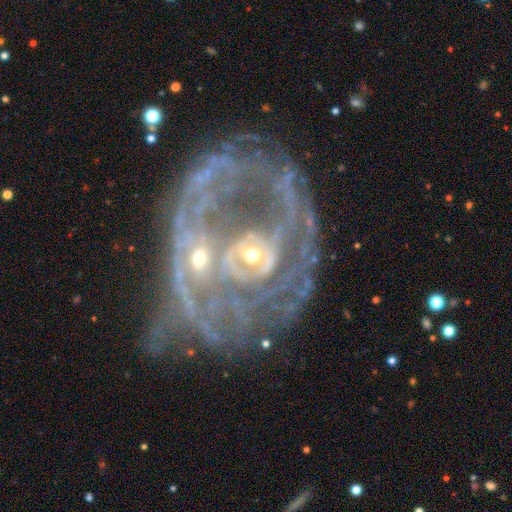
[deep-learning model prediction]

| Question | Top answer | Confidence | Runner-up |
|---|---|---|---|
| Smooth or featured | featured or disk | 83% | star or artifact (9%) |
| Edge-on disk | no | 96% | yes (4%) |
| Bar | no | 66% | weak (23%) |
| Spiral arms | yes | 72% | no (28%) |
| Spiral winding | tight | 45% | medium (34%) |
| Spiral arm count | can't tell | 40% | 2 (28%) |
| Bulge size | small | 59% | moderate (31%) |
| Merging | merger | 39% | major disturbance (26%) |